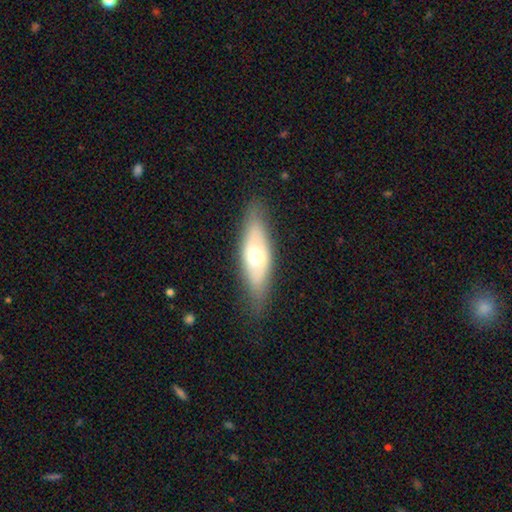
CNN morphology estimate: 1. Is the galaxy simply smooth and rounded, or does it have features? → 50% smooth, 44% featured or disk, 6% star or artifact.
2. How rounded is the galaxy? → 59% in between, 38% cigar-shaped, 3% round.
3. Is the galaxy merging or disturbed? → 80% none, 14% minor disturbance, 4% major disturbance, 1% merger.